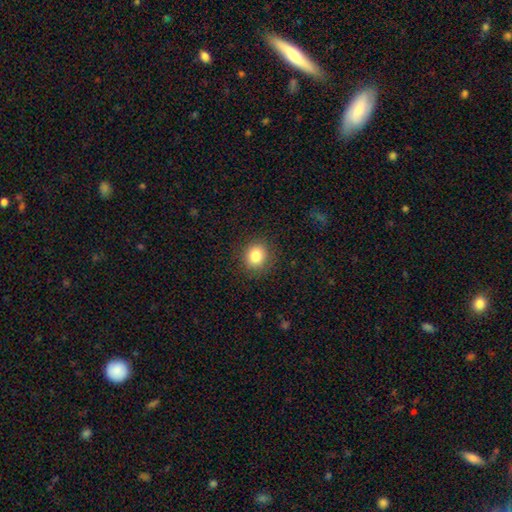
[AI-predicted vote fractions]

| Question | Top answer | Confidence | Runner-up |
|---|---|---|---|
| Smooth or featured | smooth | 83% | star or artifact (10%) |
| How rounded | round | 80% | in between (19%) |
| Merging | none | 89% | minor disturbance (7%) |